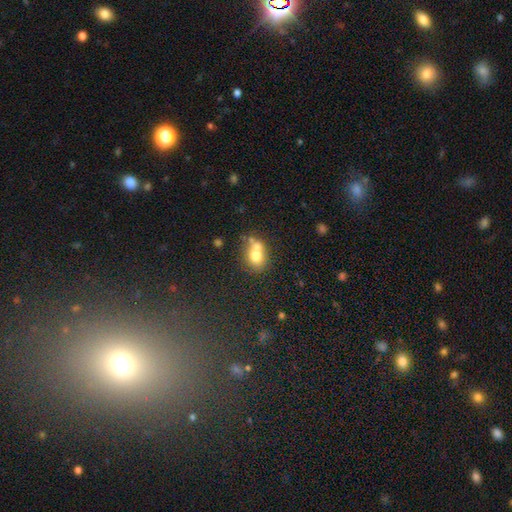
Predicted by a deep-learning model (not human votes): Smooth or featured: smooth — 68% (featured or disk — 20%)
How rounded: round — 55% (in between — 44%)
Merging: merger — 50% (none — 34%)